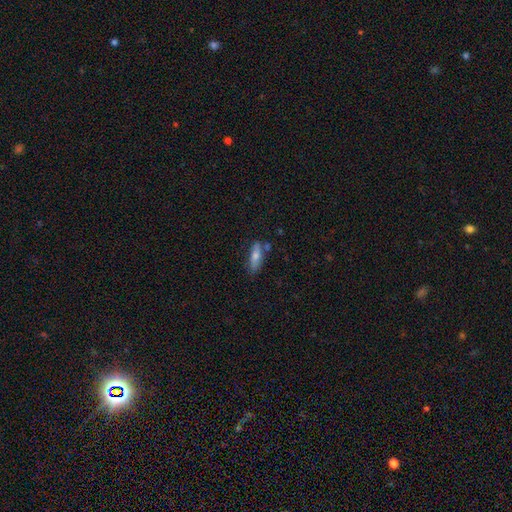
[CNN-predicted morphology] Smooth or featured?
  - smooth: 68% *
  - featured or disk: 25%
  - star or artifact: 7%
How rounded?
  - in between: 51% *
  - cigar-shaped: 47%
  - round: 3%
Merging?
  - none: 70% *
  - minor disturbance: 18%
  - merger: 8%
  - major disturbance: 4%